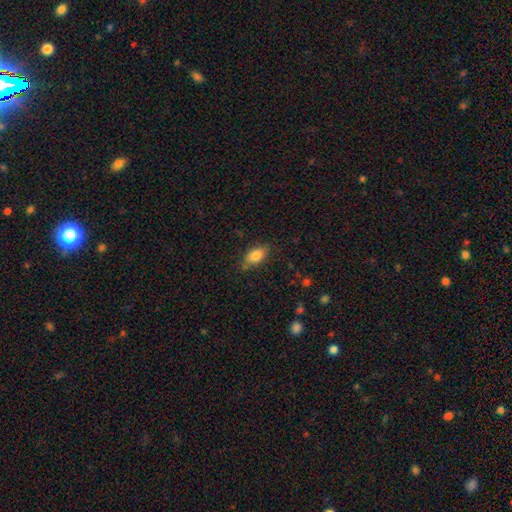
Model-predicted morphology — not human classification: Smooth or featured? smooth (82%)
How rounded? in between (89%)
Merging? none (78%)